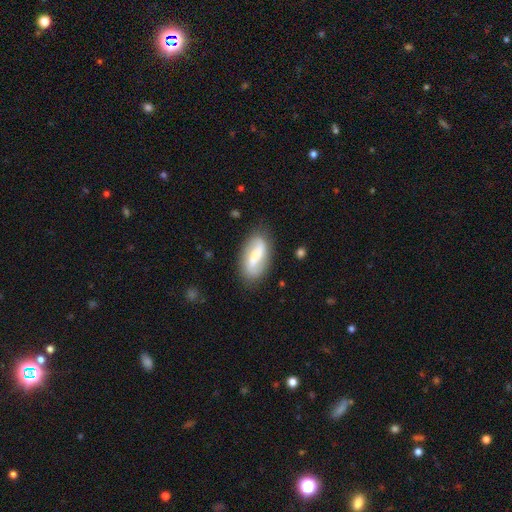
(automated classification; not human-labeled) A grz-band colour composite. It shows a featured or disk galaxy (65%) with a weak bar (42%), 2 (90%) loose (72%) spiral arms (89%) and a moderate central bulge (43%). Merging: none (82%).